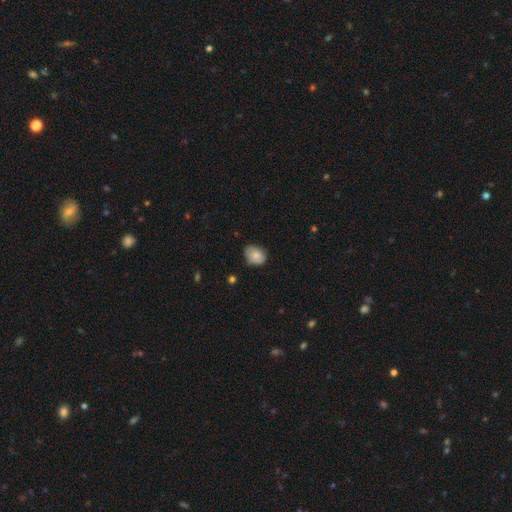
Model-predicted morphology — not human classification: smooth 80%, featured or disk 12%, star or artifact 8%. Down the decision tree: how rounded — in between (63%); merging — none (70%).